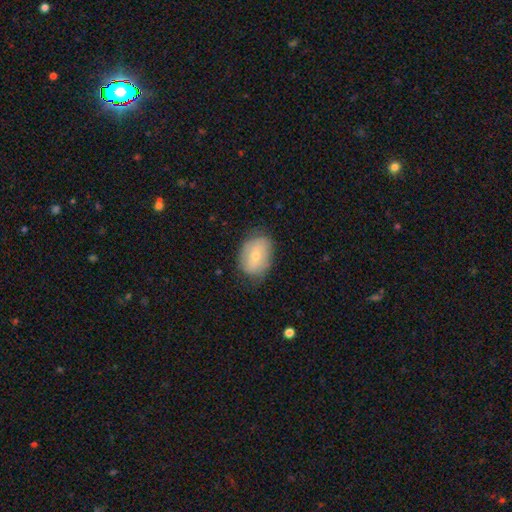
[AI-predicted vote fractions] smooth_or_featured: smooth (p=0.59) [alt: featured or disk p=0.34]
how_rounded: in between (p=0.78) [alt: round p=0.21]
merging: none (p=0.73) [alt: minor disturbance p=0.20]